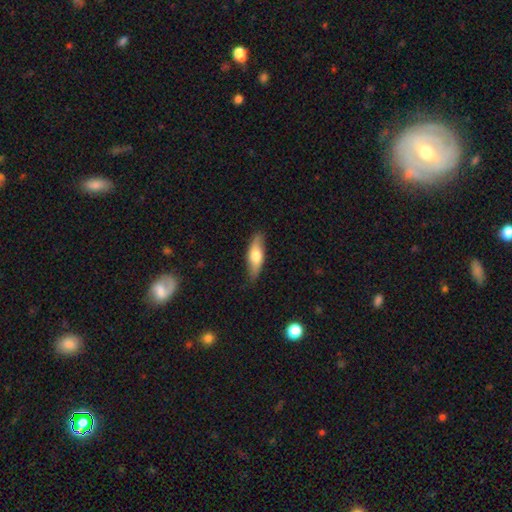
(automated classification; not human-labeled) Smooth or featured? Predicted: smooth (p=0.63). How rounded? Predicted: in between (p=0.56). Merging? Predicted: none (p=0.81).